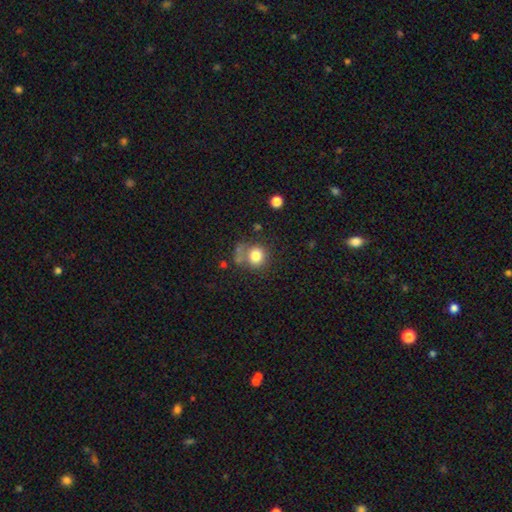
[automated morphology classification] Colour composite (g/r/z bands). It shows a smooth galaxy with no disk features (80%) that is round (82%). Merging: none (56%).